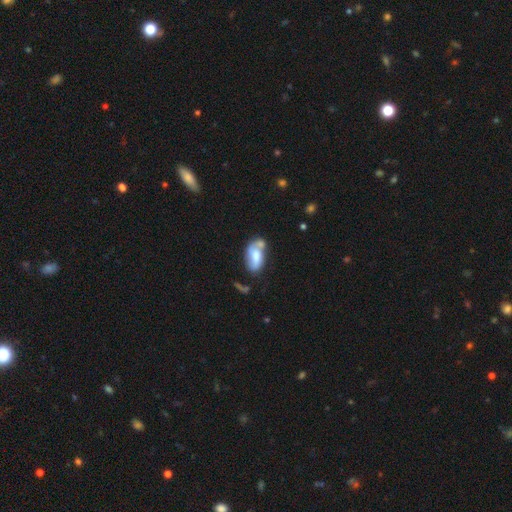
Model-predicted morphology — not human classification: Smooth or featured: smooth — 48% (featured or disk — 45%)
Merging: none — 37% (minor disturbance — 25%)